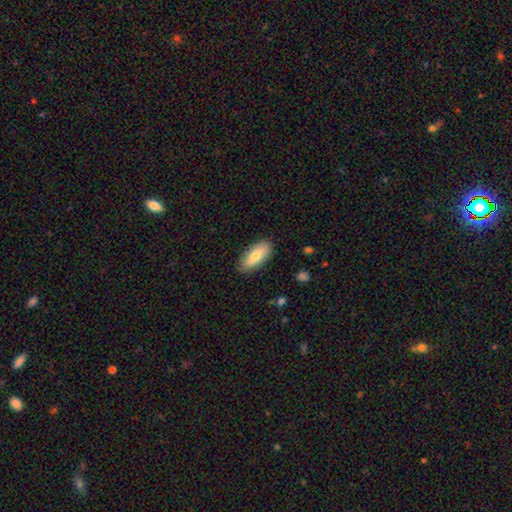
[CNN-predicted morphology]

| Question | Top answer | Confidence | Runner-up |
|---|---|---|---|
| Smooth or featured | smooth | 73% | featured or disk (21%) |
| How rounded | in between | 82% | cigar-shaped (16%) |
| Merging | none | 87% | minor disturbance (10%) |